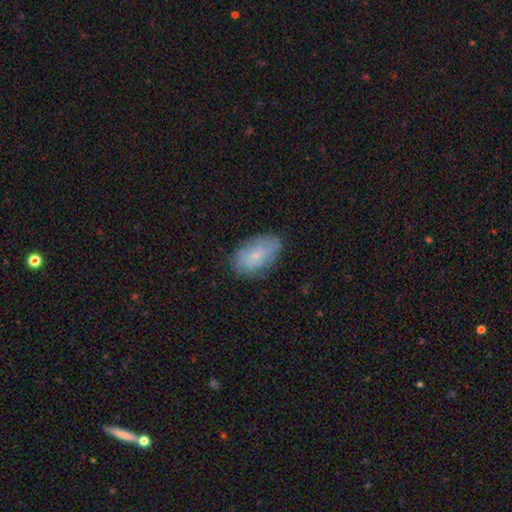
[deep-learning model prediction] Smooth or featured: smooth — 53% (featured or disk — 39%)
How rounded: in between — 91% (round — 7%)
Merging: none — 76% (minor disturbance — 18%)